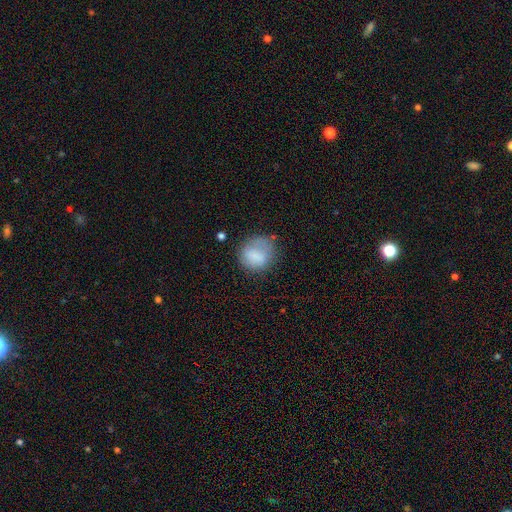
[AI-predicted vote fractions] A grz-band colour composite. It shows a smooth galaxy with no disk features (76%) that is round (76%). Merging: none (56%).